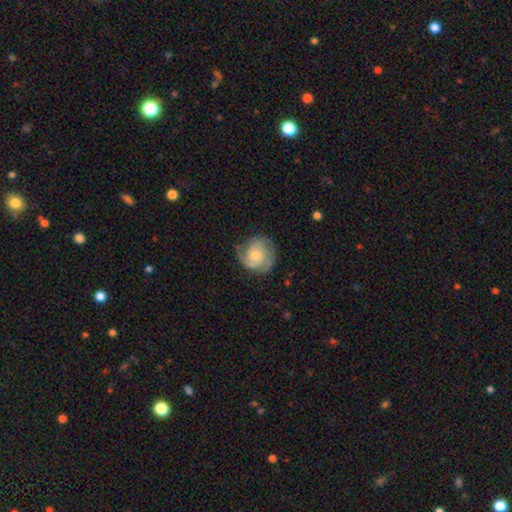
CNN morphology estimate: Q: Smooth or featured?
A: featured or disk (76%); runner-up: smooth (18%)
Q: Edge-on disk?
A: no (98%); runner-up: yes (2%)
Q: Bar?
A: no (74%); runner-up: weak (23%)
Q: Spiral arms?
A: yes (95%); runner-up: no (5%)
Q: Spiral winding?
A: tight (55%); runner-up: medium (35%)
Q: Spiral arm count?
A: 2 (32%); runner-up: 3 (31%)
Q: Bulge size?
A: moderate (49%); runner-up: small (40%)
Q: Merging?
A: none (73%); runner-up: minor disturbance (18%)